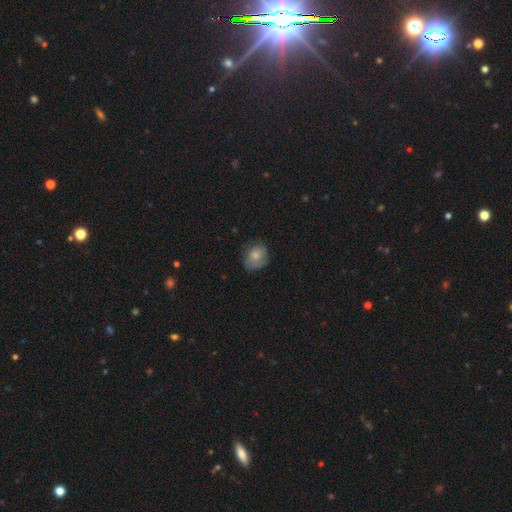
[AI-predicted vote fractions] smooth_or_featured: smooth (p=0.76) [alt: featured or disk p=0.16]
how_rounded: round (p=0.55) [alt: in between p=0.44]
merging: none (p=0.62) [alt: minor disturbance p=0.28]